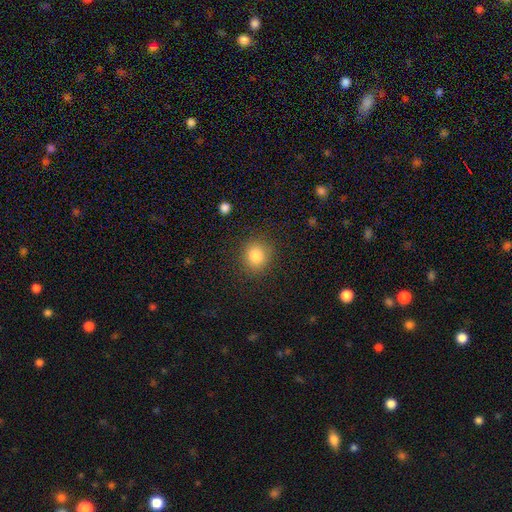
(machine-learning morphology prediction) smooth-or-featured: smooth: 84% | star or artifact: 10% | featured or disk: 5%
  how-rounded: round: 84% | in between: 15% | cigar-shaped: 1%
  merging: none: 87% | minor disturbance: 9% | major disturbance: 3% | merger: 1%